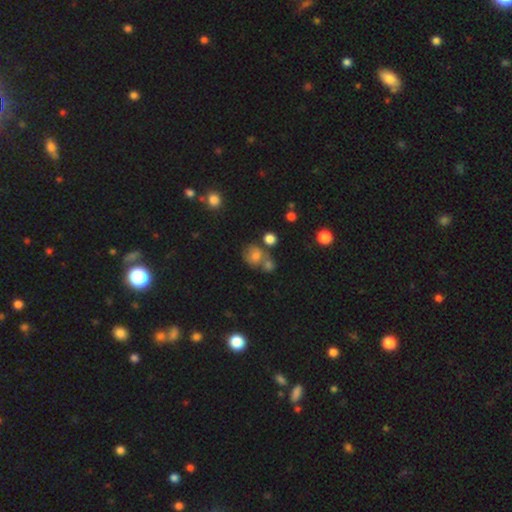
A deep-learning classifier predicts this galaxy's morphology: A smooth galaxy with no disk features (68%) that is round (72%).

Vote fractions:
- Smooth or featured? smooth: 68% / featured or disk: 16% / star or artifact: 16%
- How rounded? round: 72% / in between: 27% / cigar-shaped: 1%
- Merging? none: 47% / merger: 33% / minor disturbance: 14% / major disturbance: 6%